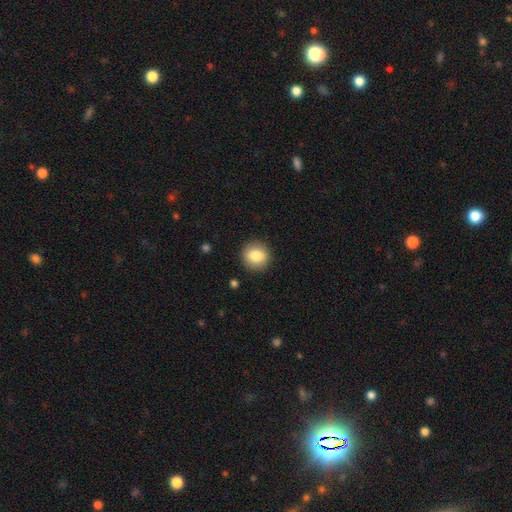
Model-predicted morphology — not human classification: smooth 82%, featured or disk 10%, star or artifact 8%. Down the decision tree: how rounded — round (85%); merging — none (90%).